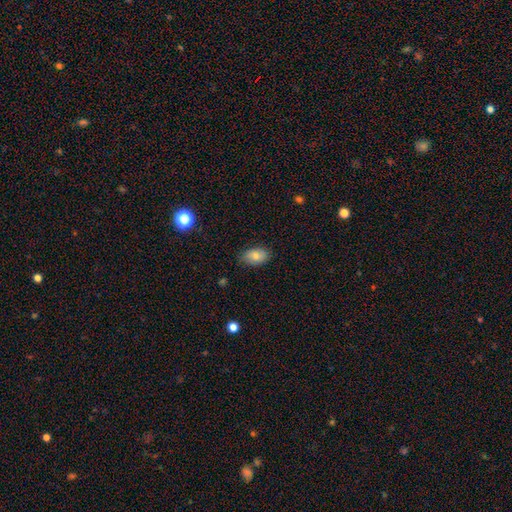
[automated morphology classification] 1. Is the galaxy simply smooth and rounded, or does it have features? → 77% smooth, 15% featured or disk, 8% star or artifact.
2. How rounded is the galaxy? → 88% in between, 11% round, 1% cigar-shaped.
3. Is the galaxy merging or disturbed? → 80% none, 16% minor disturbance, 3% major disturbance, 1% merger.